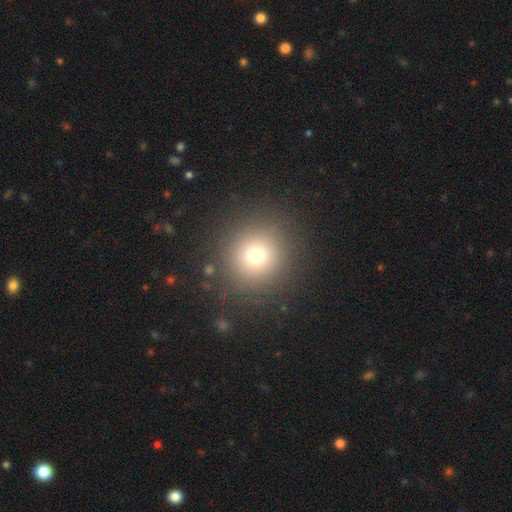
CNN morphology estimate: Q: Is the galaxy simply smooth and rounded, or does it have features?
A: smooth — 72%.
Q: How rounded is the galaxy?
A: round — 93%.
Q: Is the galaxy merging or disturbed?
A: none — 88%.